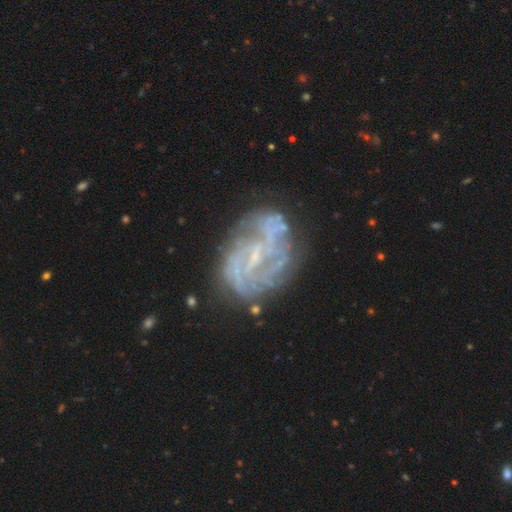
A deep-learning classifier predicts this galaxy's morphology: The model was most divided on "spiral winding": tight: 41%, medium: 39%, loose: 20%. Remaining: edge-on disk — no (97%); smooth or featured — featured or disk (79%); spiral arms — yes (73%); merging — none (60%); bulge size — small (56%); bar — weak (43%); spiral arm count — can't tell (41%).